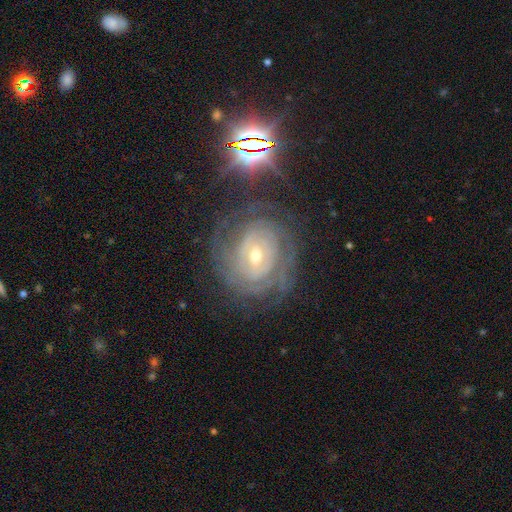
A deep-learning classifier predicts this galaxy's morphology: Q: Smooth or featured?
A: featured or disk (81%); runner-up: star or artifact (11%)
Q: Edge-on disk?
A: no (96%); runner-up: yes (4%)
Q: Bar?
A: weak (45%); runner-up: no (35%)
Q: Spiral arms?
A: yes (92%); runner-up: no (8%)
Q: Spiral winding?
A: tight (78%); runner-up: medium (17%)
Q: Spiral arm count?
A: can't tell (46%); runner-up: 2 (18%)
Q: Bulge size?
A: moderate (49%); runner-up: small (47%)
Q: Merging?
A: none (73%); runner-up: minor disturbance (16%)